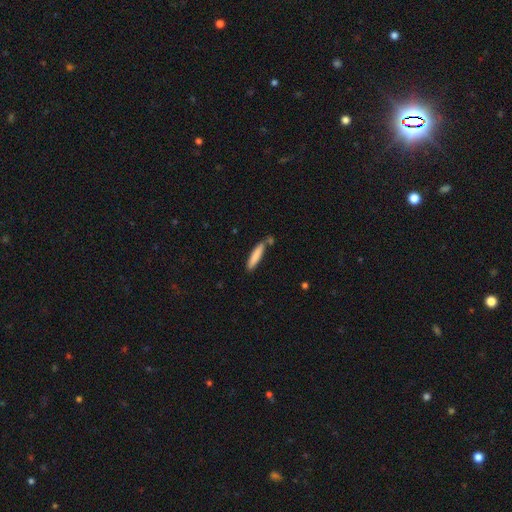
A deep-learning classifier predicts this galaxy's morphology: smooth 82%, featured or disk 12%, star or artifact 6%. Down the decision tree: how rounded — cigar-shaped (88%); merging — none (75%).